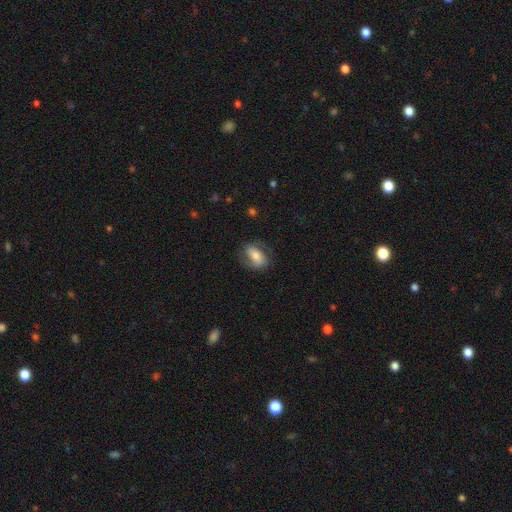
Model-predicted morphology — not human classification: smooth 53%, featured or disk 39%, star or artifact 8%. Down the decision tree: how rounded — in between (83%); merging — none (69%).